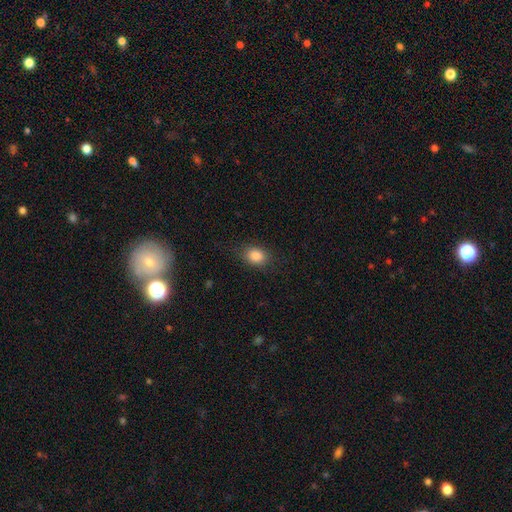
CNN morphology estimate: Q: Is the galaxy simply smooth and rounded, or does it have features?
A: smooth — 86%.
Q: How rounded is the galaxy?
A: in between — 65%.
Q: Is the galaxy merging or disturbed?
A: none — 82%.